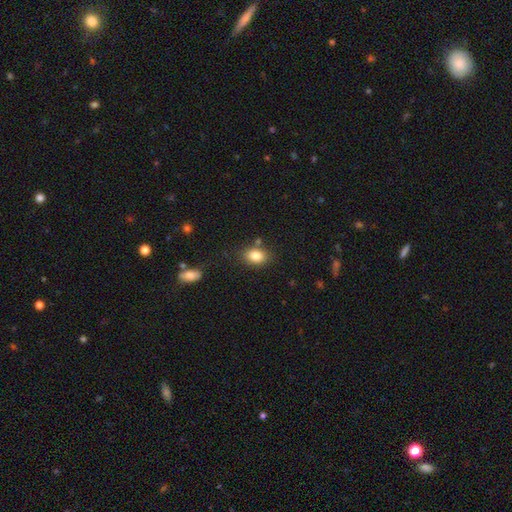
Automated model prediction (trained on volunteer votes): The model was most divided on "how rounded": in between: 73%, round: 26%, cigar-shaped: 1%. More confident: smooth or featured — smooth (84%); merging — none (77%).